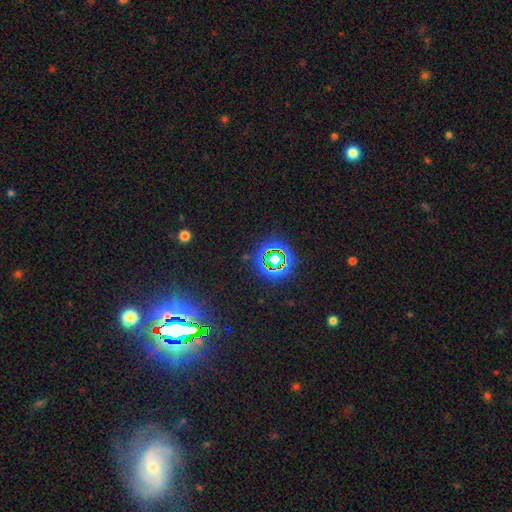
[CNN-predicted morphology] smooth-or-featured: star or artifact: 70% | smooth: 18% | featured or disk: 13%